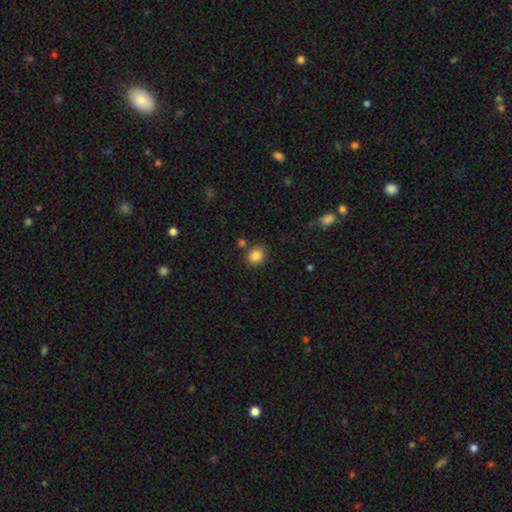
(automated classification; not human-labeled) Smooth or featured? smooth (85%)
How rounded? round (63%)
Merging? none (78%)